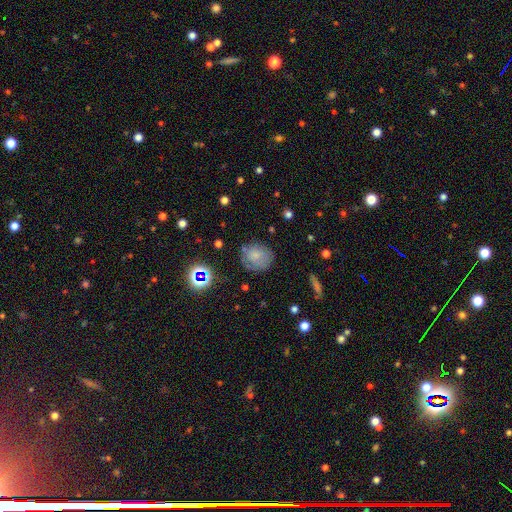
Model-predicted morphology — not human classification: This appears to be a smooth galaxy with no disk features (69%) that is round (75%). Merging: none (64%).